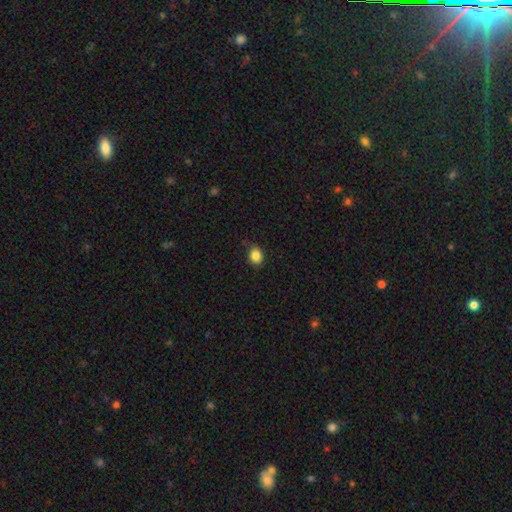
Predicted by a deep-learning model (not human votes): The model was most divided on "how rounded": in between: 52%, round: 47%, cigar-shaped: 1%. More confident: smooth or featured — smooth (86%); merging — none (79%).